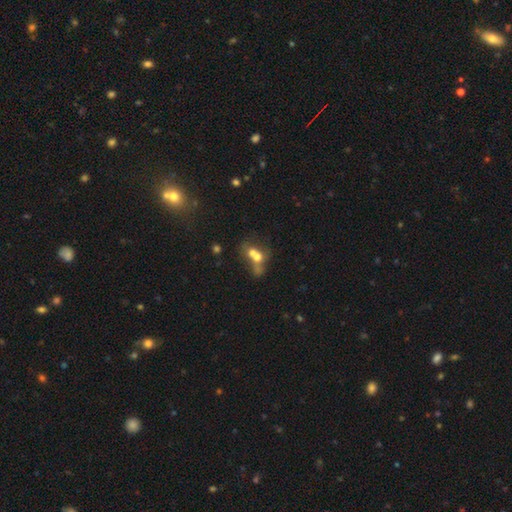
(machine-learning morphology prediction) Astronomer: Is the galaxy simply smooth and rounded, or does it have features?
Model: smooth — 59%.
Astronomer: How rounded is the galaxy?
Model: round — 52% (runner-up: in between, 45%).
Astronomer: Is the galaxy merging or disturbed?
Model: merger — 70%.